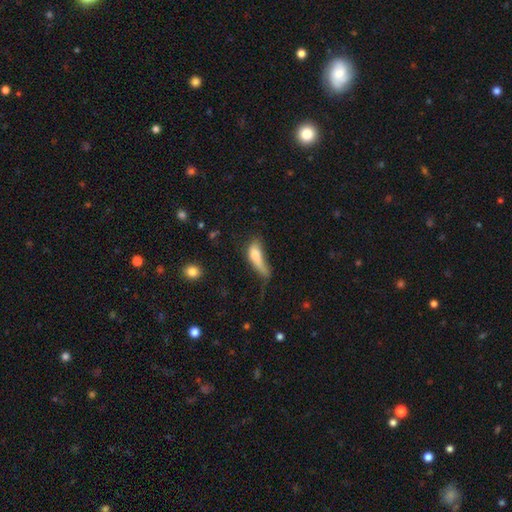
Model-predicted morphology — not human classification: smooth_or_featured: smooth (p=0.71) [alt: featured or disk p=0.20]
how_rounded: in between (p=0.56) [alt: cigar-shaped p=0.40]
merging: major disturbance (p=0.45) [alt: minor disturbance p=0.26]